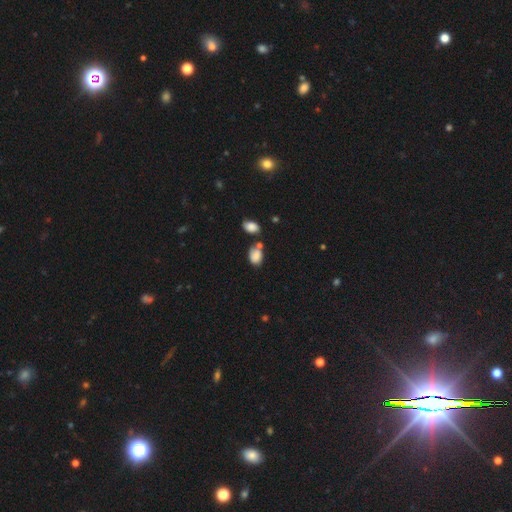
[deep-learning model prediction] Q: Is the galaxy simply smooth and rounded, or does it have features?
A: smooth — 81%.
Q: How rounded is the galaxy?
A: in between — 75%.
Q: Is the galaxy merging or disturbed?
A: none — 44%.